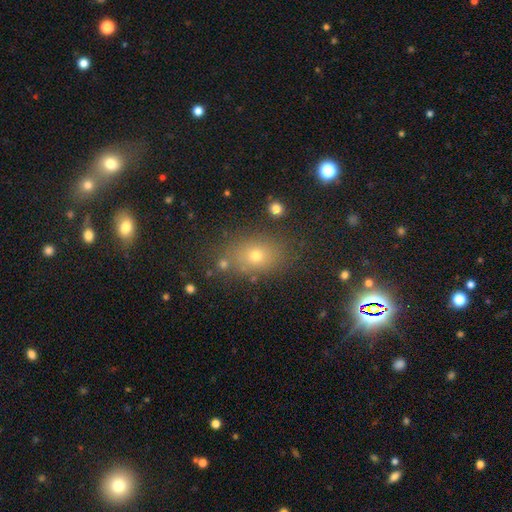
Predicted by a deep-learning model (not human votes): The model was most divided on "how rounded": in between: 65%, round: 33%, cigar-shaped: 2%. More confident: merging — none (79%); smooth or featured — smooth (68%).